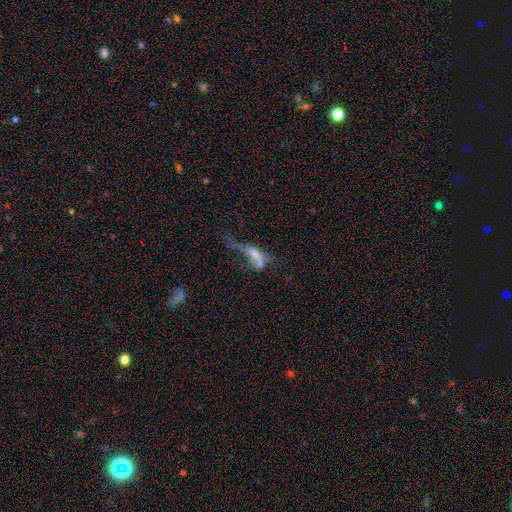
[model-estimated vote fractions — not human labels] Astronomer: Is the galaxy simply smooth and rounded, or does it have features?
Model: smooth — 45% (runner-up: featured or disk, 41%).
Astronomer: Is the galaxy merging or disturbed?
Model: major disturbance — 44% (runner-up: merger, 29%).